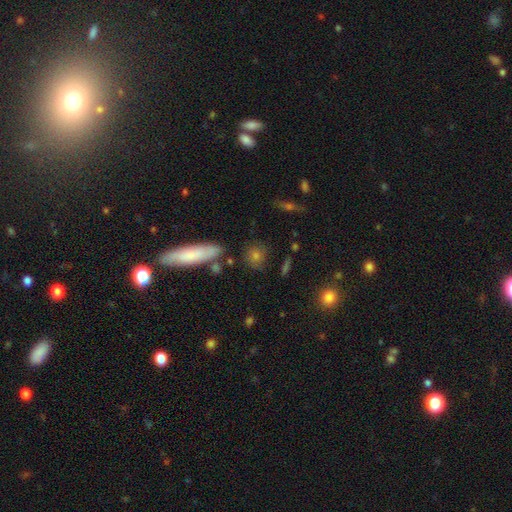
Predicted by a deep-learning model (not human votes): smooth-or-featured: smooth: 72% | featured or disk: 15% | star or artifact: 13%
  how-rounded: round: 62% | in between: 26% | cigar-shaped: 11%
  merging: none: 76% | minor disturbance: 13% | merger: 6% | major disturbance: 4%